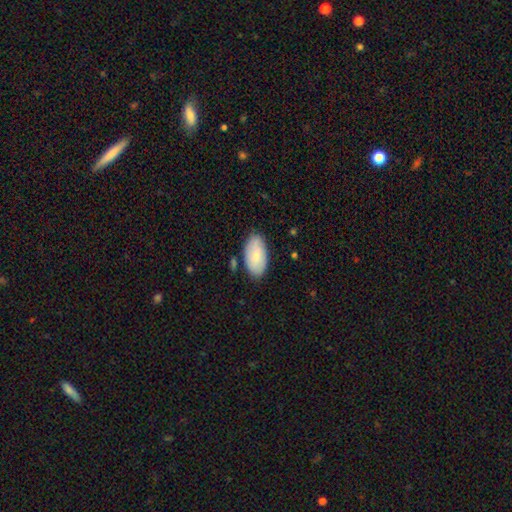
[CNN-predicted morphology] Smooth or featured?
  - smooth: 79% *
  - featured or disk: 16%
  - star or artifact: 6%
How rounded?
  - in between: 95% *
  - round: 3%
  - cigar-shaped: 2%
Merging?
  - none: 81% *
  - minor disturbance: 14%
  - merger: 3%
  - major disturbance: 3%